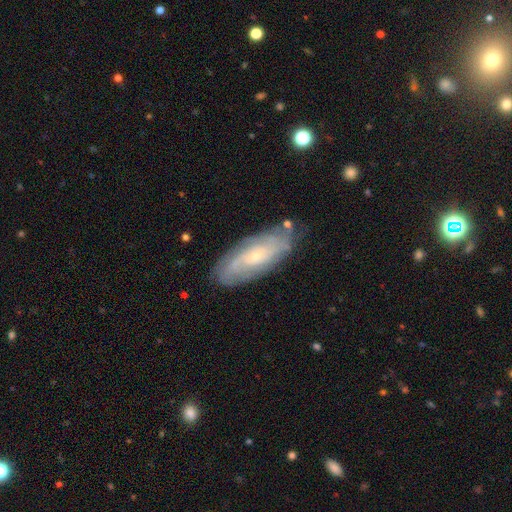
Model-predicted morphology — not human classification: type=featured or disk (71%); edge-on=no (88%); bar=no (73%); spiral arms=yes (88%); winding=tight (62%); arm count=can't tell (50%); bulge=small (80%); merging=none (77%).